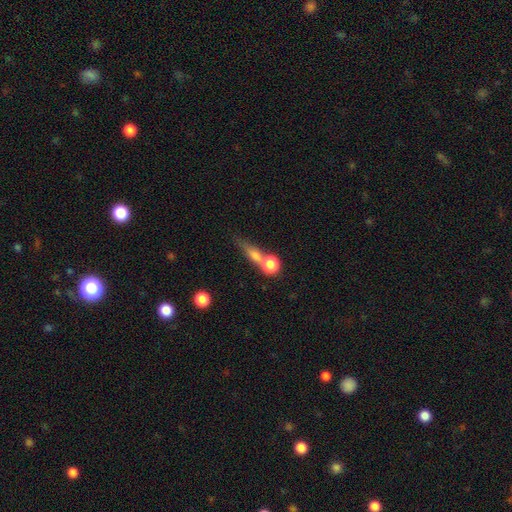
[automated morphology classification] This is possibly a smooth galaxy (59%). How rounded: marginally round (39%). Merging: marginally none (45%).